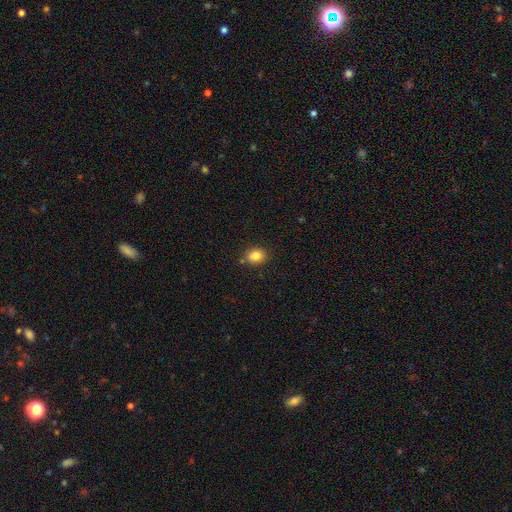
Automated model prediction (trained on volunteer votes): Overall: smooth (82%). How rounded: round (55%; in between 44%). Merging: none (77%).